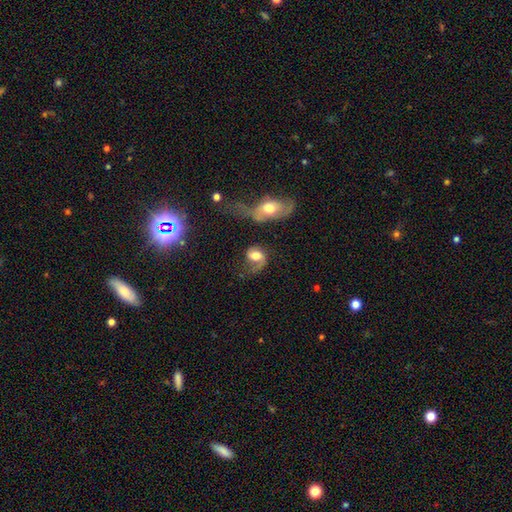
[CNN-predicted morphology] Q: Smooth or featured?
A: featured or disk (52%); runner-up: smooth (40%)
Q: Edge-on disk?
A: no (96%); runner-up: yes (4%)
Q: Bar?
A: no (62%); runner-up: weak (30%)
Q: Spiral arms?
A: yes (83%); runner-up: no (17%)
Q: Bulge size?
A: moderate (53%); runner-up: large (32%)
Q: Merging?
A: none (34%); runner-up: major disturbance (31%)